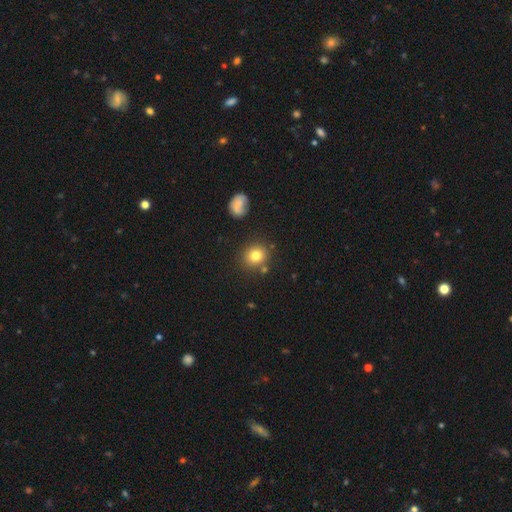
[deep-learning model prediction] smooth_or_featured: smooth (p=0.80) [alt: star or artifact p=0.12]
how_rounded: round (p=0.80) [alt: in between p=0.19]
merging: none (p=0.81) [alt: minor disturbance p=0.10]